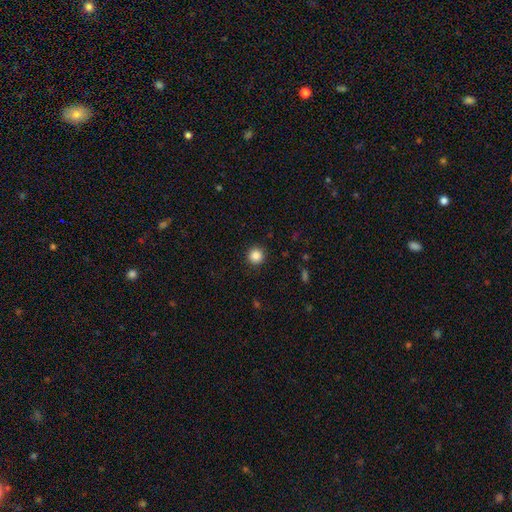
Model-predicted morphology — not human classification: Overall: smooth (86%). How rounded: round (95%). Merging: none (92%).